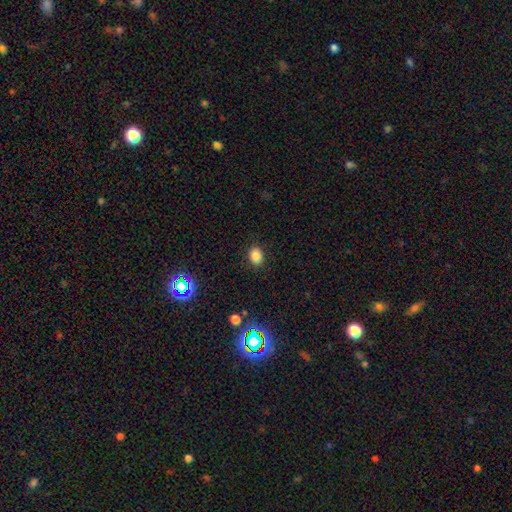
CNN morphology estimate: Smooth or featured? Predicted: smooth (p=0.83). How rounded? Predicted: in between (p=0.54). Merging? Predicted: none (p=0.88).